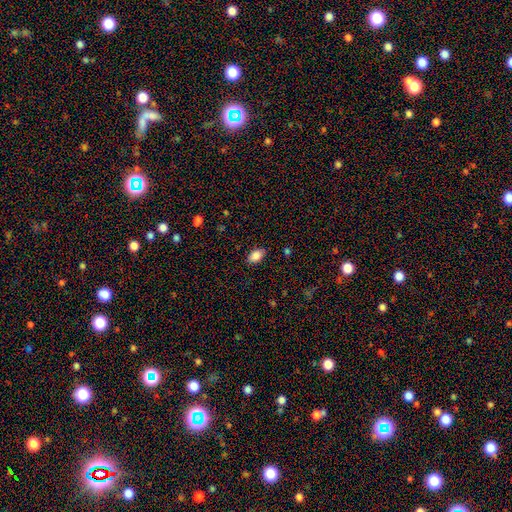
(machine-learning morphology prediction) Overall: smooth (87%). How rounded: in between (91%). Merging: none (86%).